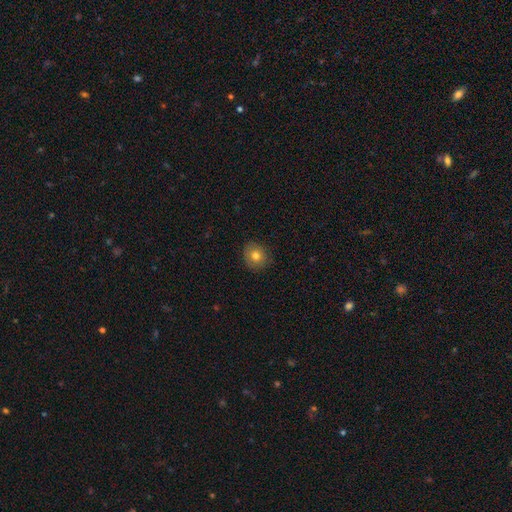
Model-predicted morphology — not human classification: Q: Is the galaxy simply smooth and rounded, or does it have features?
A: smooth — 77%.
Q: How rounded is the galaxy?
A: round — 83%.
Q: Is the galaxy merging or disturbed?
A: none — 87%.